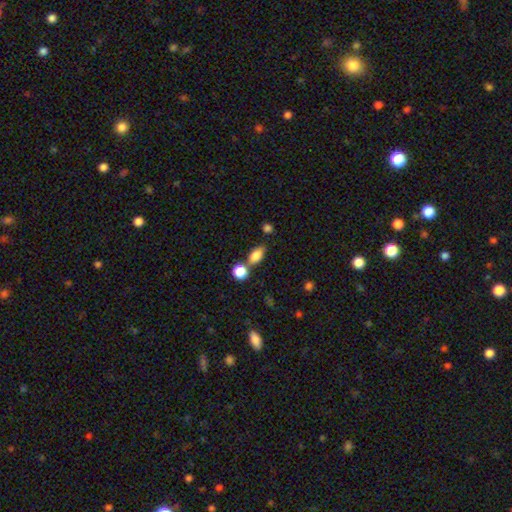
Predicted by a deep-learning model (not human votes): Morphology: type=smooth (81%); roundness=in between (78%); merging=none (63%).